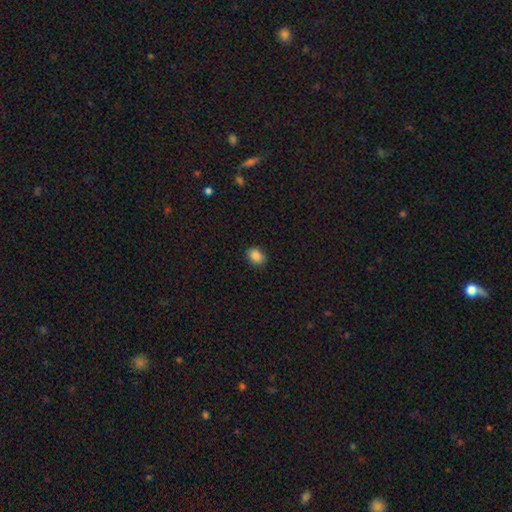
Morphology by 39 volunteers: smooth_or_featured: smooth (p=0.82) [alt: featured or disk p=0.10]
how_rounded: in between (p=0.78) [alt: round p=0.22]
merging: none (p=0.83) [alt: minor disturbance p=0.11]